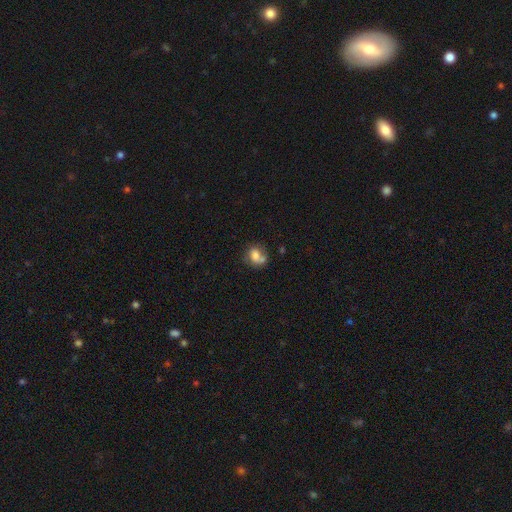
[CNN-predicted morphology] smooth 66%, featured or disk 23%, star or artifact 11%. Down the decision tree: how rounded — round (58%); merging — none (38%).